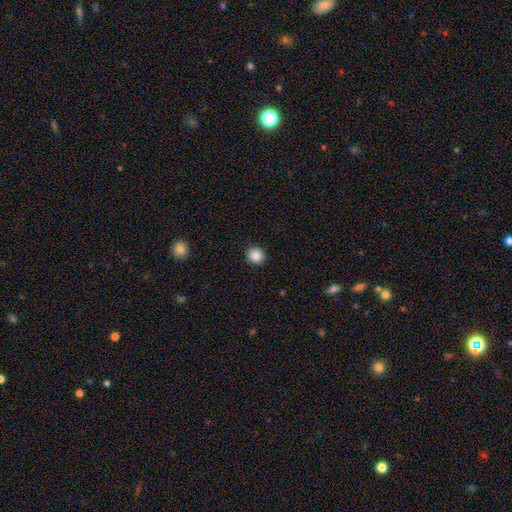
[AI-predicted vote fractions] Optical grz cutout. It shows a smooth galaxy with no disk features (85%) that is round (88%). Merging: none (91%).